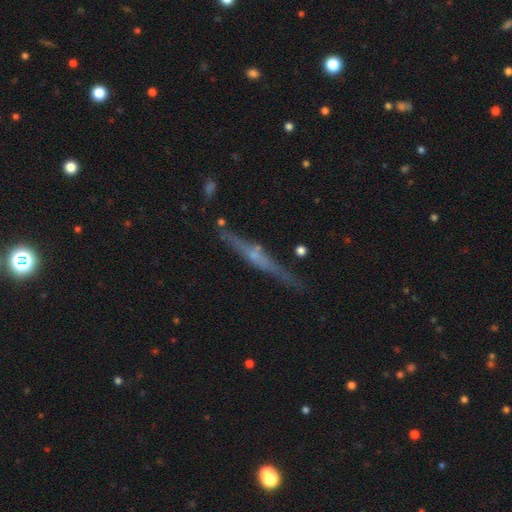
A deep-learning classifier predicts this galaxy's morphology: This is likely a featured or disk galaxy (70%). It is clearly viewed edge-on (96%). Edge-on bulge: possibly rounded (59%). Merging: clearly none (83%).